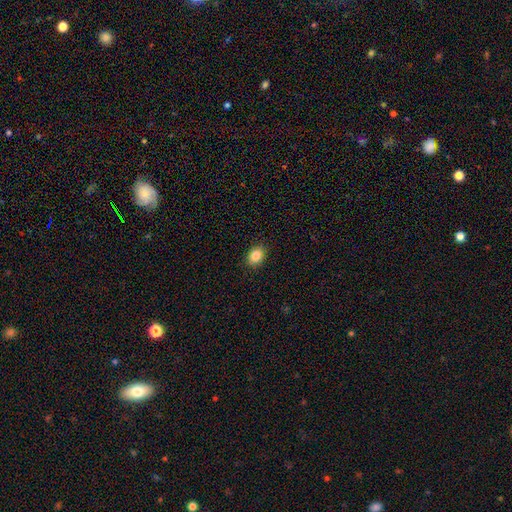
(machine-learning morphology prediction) Overall: smooth (84%). How rounded: in between (63%; round 35%). Merging: none (89%).